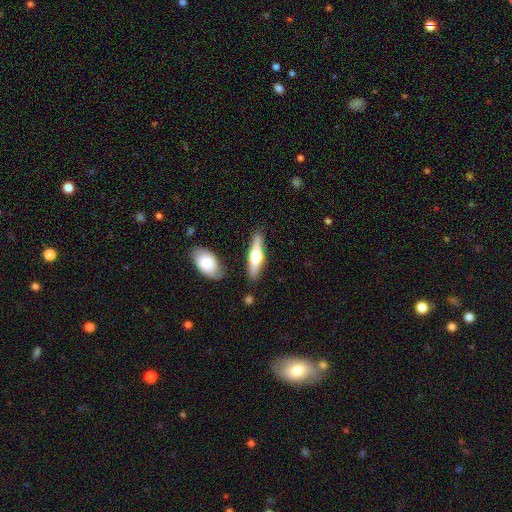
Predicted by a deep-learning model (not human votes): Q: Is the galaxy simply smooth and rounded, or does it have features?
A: featured or disk — 55%.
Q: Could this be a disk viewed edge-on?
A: yes — 93%.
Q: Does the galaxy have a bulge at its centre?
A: rounded — 93%.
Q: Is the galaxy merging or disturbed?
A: none — 83%.